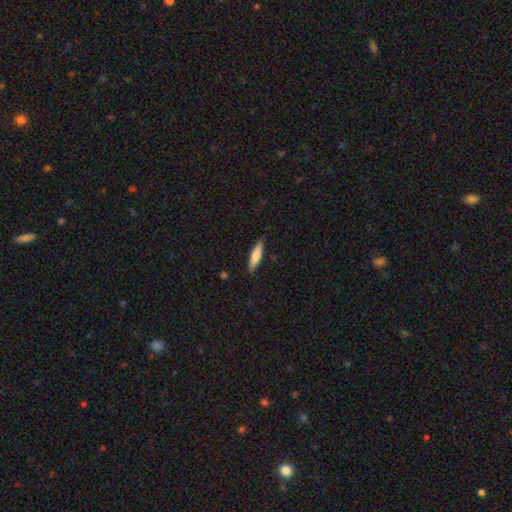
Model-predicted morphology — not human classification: Overall: smooth (69%). How rounded: cigar-shaped (77%). Merging: none (86%).